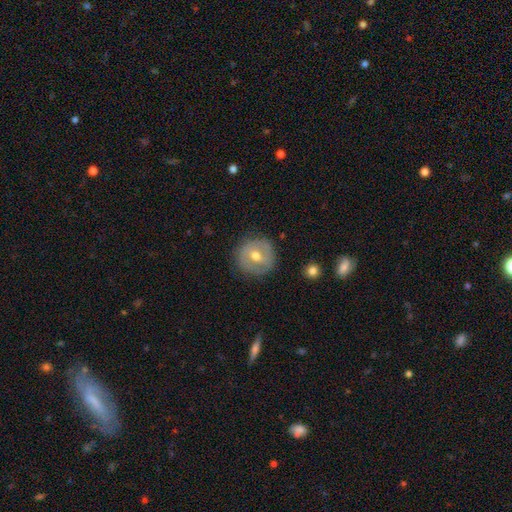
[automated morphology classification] smooth-or-featured: featured or disk: 49% | smooth: 44% | star or artifact: 7%
  merging: none: 83% | minor disturbance: 12% | major disturbance: 4% | merger: 1%